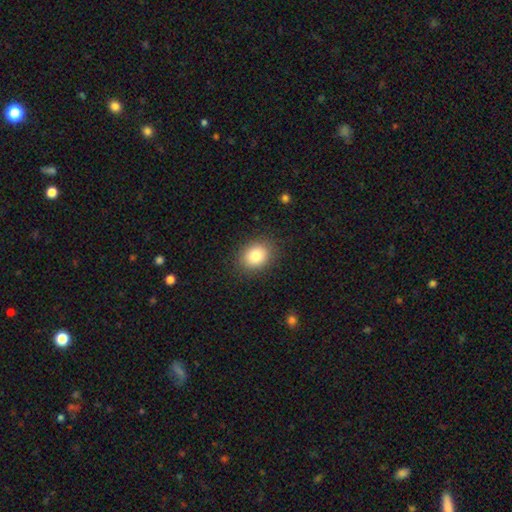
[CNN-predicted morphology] Overall: smooth (83%). How rounded: round (56%; in between 43%). Merging: none (87%).